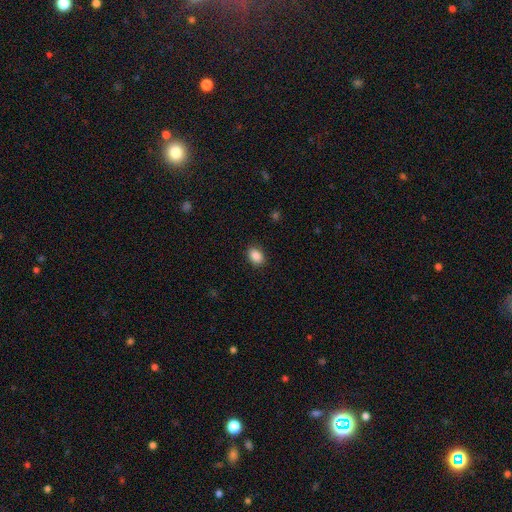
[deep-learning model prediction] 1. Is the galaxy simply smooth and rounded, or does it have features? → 88% smooth, 9% star or artifact, 3% featured or disk.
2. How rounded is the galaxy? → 70% in between, 29% round, 1% cigar-shaped.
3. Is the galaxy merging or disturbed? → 88% none, 8% minor disturbance, 2% major disturbance, 1% merger.